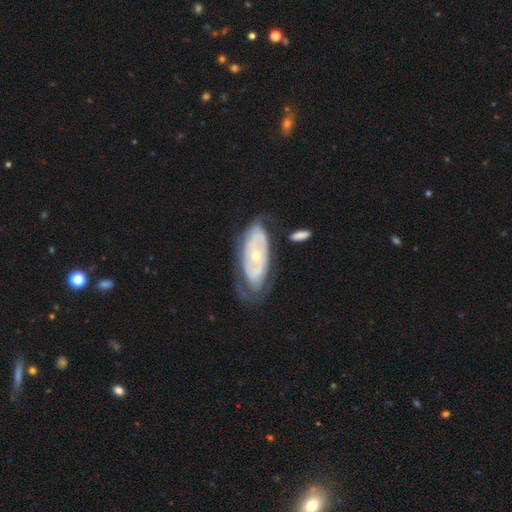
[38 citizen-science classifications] A featured or disk galaxy (74%) with no bar (92%), tight (94%) spiral arms (65%) and a small central bulge (58%).

Vote fractions:
- Smooth or featured? featured or disk: 74% / smooth: 18% / star or artifact: 8%
- Edge-on disk? no: 93% / yes: 7%
- Bar? no: 92% / weak: 8% / strong: 0%
- Spiral arms? yes: 65% / no: 35%
- Spiral winding? tight: 94% / loose: 6% / medium: 0%
- Spiral arm count? can't tell: 76% / 2: 24% / 1: 0% / 3: 0% / 4: 0% / more than 4: 0%
- Bulge size? small: 58% / moderate: 38% / large: 4% / dominant: 0% / none: 0%
- Merging? none: 77% / minor disturbance: 17% / major disturbance: 6% / merger: 0%